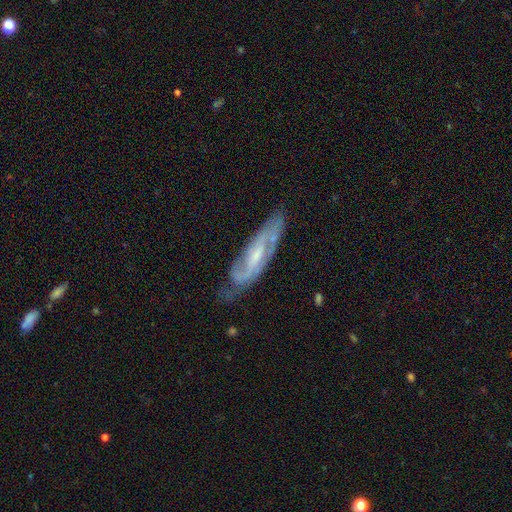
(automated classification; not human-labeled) Q: Smooth or featured?
A: featured or disk (77%); runner-up: smooth (17%)
Q: Edge-on disk?
A: no (77%); runner-up: yes (23%)
Q: Bar?
A: weak (45%); runner-up: no (33%)
Q: Spiral arms?
A: yes (89%); runner-up: no (11%)
Q: Spiral winding?
A: medium (45%); runner-up: tight (38%)
Q: Spiral arm count?
A: 2 (61%); runner-up: can't tell (23%)
Q: Bulge size?
A: small (52%); runner-up: moderate (33%)
Q: Merging?
A: none (63%); runner-up: minor disturbance (24%)